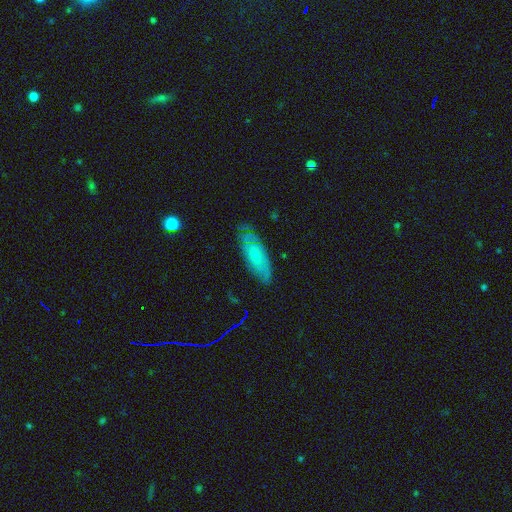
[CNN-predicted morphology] smooth_or_featured: smooth (p=0.49) [alt: featured or disk p=0.43]
merging: none (p=0.71) [alt: minor disturbance p=0.22]